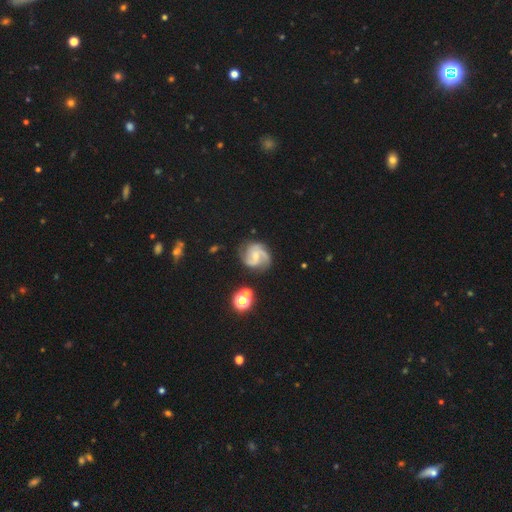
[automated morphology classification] This is clearly a featured or disk galaxy (86%). It is clearly not viewed edge-on (98%). Bar: possibly weak (47%). Spiral arm pattern: clearly yes (97%). Spiral arm count: likely 2 (78%). Spiral winding: possibly medium (55%). Central bulge: possibly small (59%). Merging: likely none (74%).